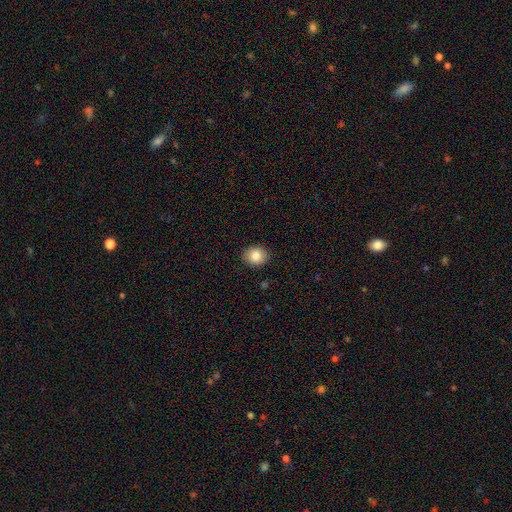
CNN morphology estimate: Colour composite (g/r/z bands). It shows a smooth galaxy with no disk features (85%) that is round (65%). Merging: none (90%).